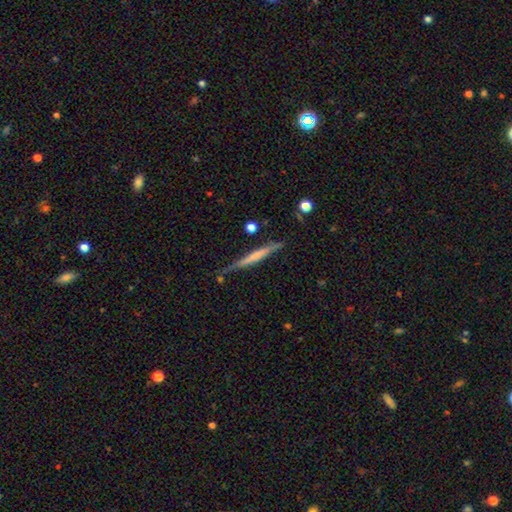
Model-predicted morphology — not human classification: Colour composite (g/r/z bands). It shows a featured or disk galaxy (50%) viewed edge-on (96%). Merging: none (78%).